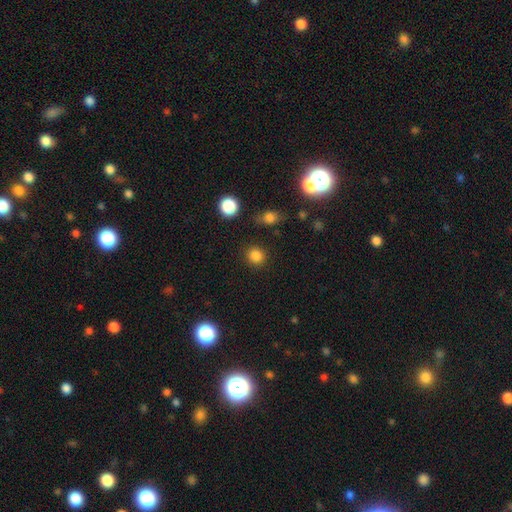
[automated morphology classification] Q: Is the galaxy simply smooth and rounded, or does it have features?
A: smooth — 83%.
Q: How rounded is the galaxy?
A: round — 89%.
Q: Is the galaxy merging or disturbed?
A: none — 89%.